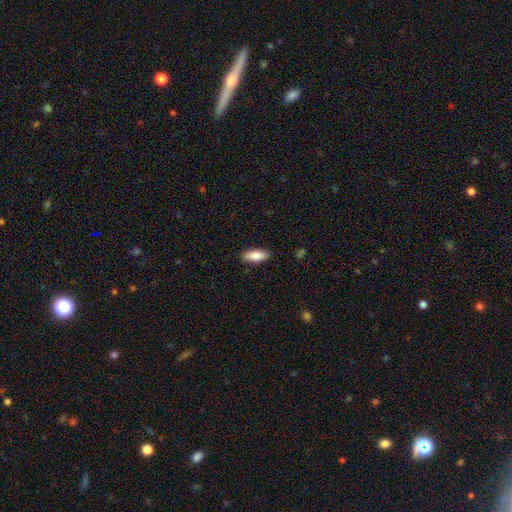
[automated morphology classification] Smooth or featured?
  - smooth: 85% *
  - featured or disk: 9%
  - star or artifact: 6%
How rounded?
  - in between: 75% *
  - cigar-shaped: 23%
  - round: 2%
Merging?
  - none: 88% *
  - minor disturbance: 9%
  - major disturbance: 2%
  - merger: 1%